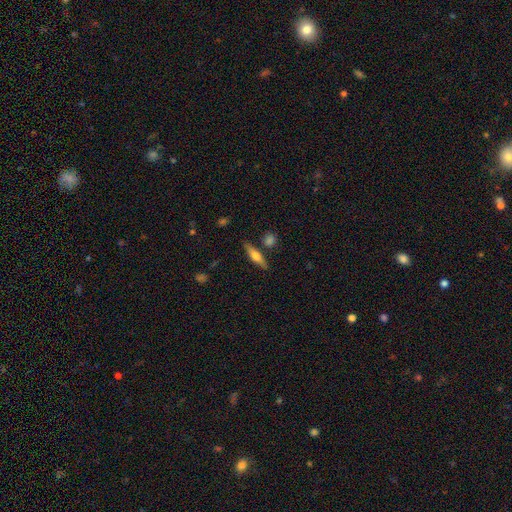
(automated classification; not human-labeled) smooth 47%, featured or disk 46%, star or artifact 7%. Down the decision tree: merging — none (80%).